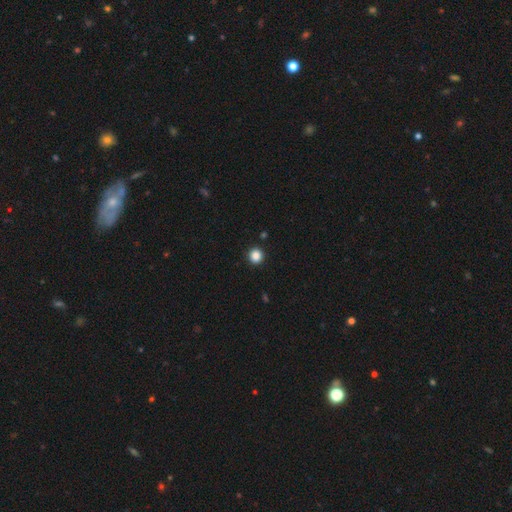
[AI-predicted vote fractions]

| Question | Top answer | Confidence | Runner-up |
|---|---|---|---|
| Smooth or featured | smooth | 86% | star or artifact (11%) |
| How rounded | round | 95% | in between (5%) |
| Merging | none | 93% | minor disturbance (4%) |